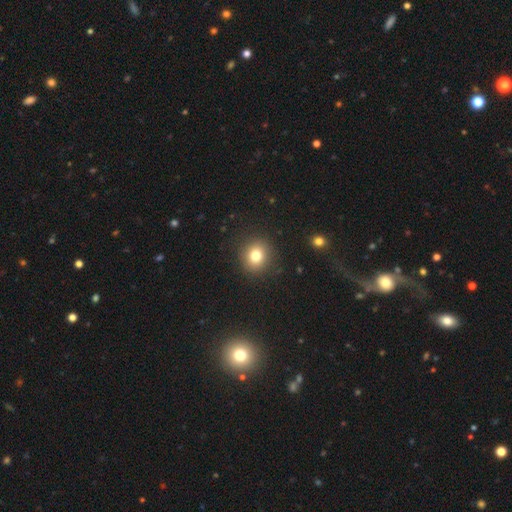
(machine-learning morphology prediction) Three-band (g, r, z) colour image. It shows a smooth galaxy with no disk features (79%) that is round (82%). Merging: none (89%).